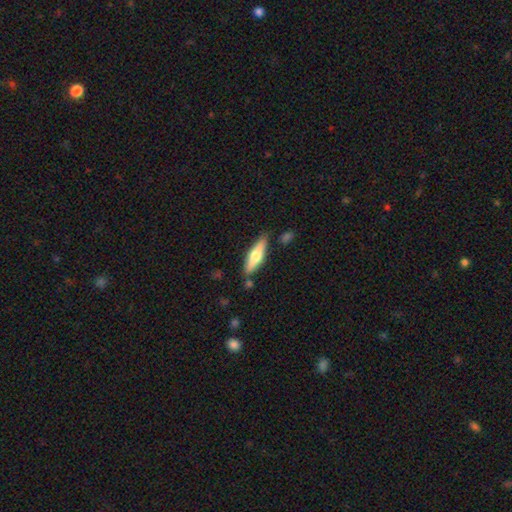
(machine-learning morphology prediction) smooth-or-featured: smooth: 53% | featured or disk: 41% | star or artifact: 6%
  how-rounded: cigar-shaped: 60% | in between: 38% | round: 2%
  merging: none: 80% | minor disturbance: 13% | merger: 4% | major disturbance: 3%